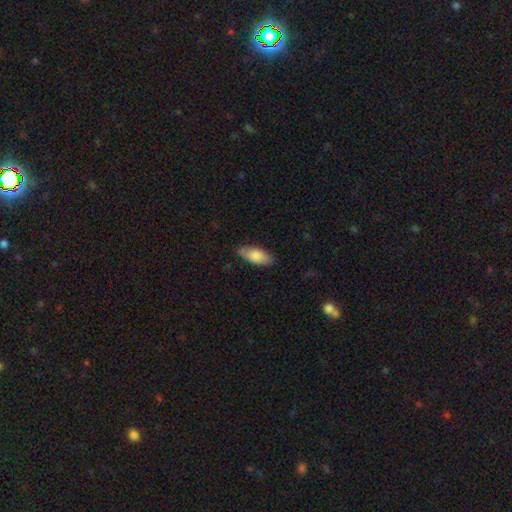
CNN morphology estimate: Overall: smooth (81%). How rounded: in between (84%). Merging: none (82%).